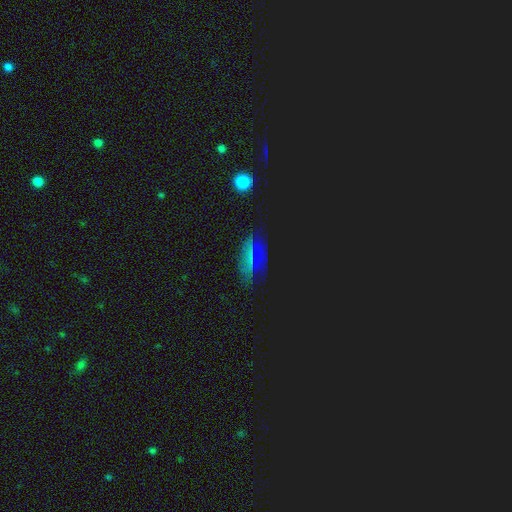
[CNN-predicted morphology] Smooth or featured? star or artifact (45%)